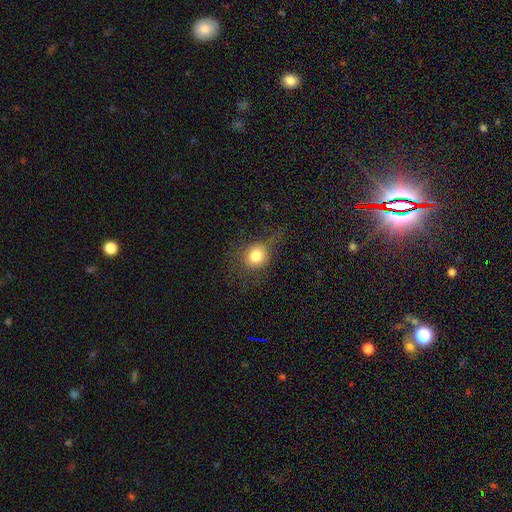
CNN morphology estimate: Smooth or featured? Predicted: smooth (p=0.76). How rounded? Predicted: round (p=0.74). Merging? Predicted: none (p=0.59).